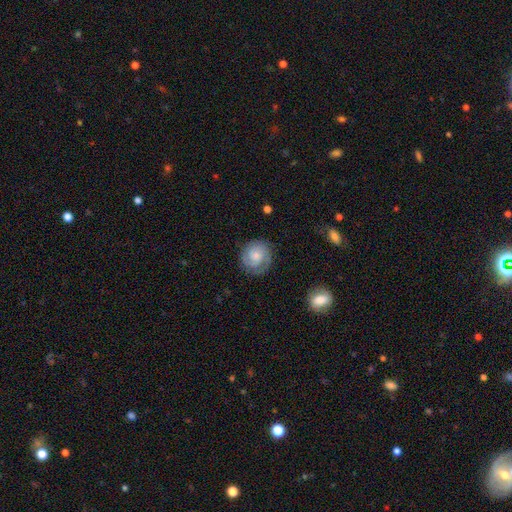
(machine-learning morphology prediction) A featured or disk galaxy (63%) with no bar (72%), 2 (48%) tight (66%) spiral arms (91%) and a small central bulge (43%).

Vote fractions:
- Smooth or featured? featured or disk: 63% / smooth: 30% / star or artifact: 7%
- Edge-on disk? no: 98% / yes: 2%
- Bar? no: 72% / weak: 24% / strong: 3%
- Spiral arms? yes: 91% / no: 9%
- Spiral winding? tight: 66% / medium: 27% / loose: 7%
- Spiral arm count? 2: 48% / can't tell: 24% / 3: 13% / 1: 8% / 4: 3% / more than 4: 3%
- Bulge size? small: 43% / moderate: 39% / none: 9% / large: 8% / dominant: 2%
- Merging? none: 79% / minor disturbance: 14% / major disturbance: 5% / merger: 1%